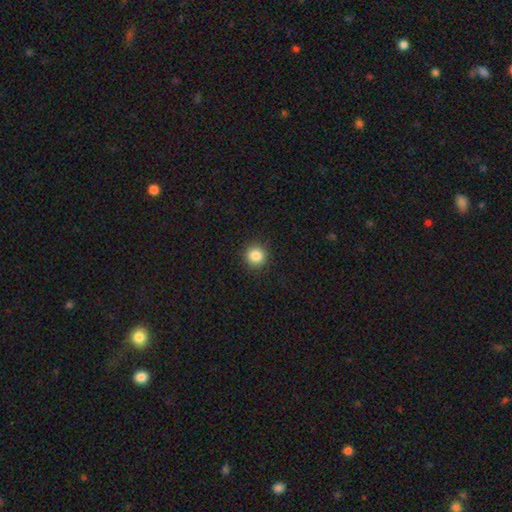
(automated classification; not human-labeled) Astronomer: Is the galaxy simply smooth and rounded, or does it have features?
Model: smooth — 85%.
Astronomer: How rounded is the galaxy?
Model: round — 93%.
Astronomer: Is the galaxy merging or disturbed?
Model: none — 91%.